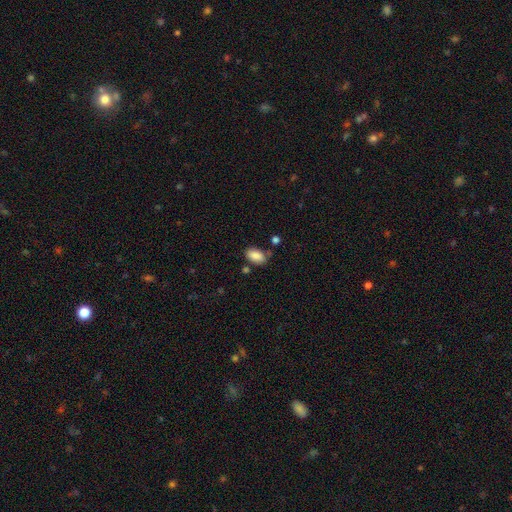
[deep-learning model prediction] Smooth or featured: smooth — 87% (star or artifact — 8%)
How rounded: in between — 92% (round — 6%)
Merging: none — 69% (minor disturbance — 18%)